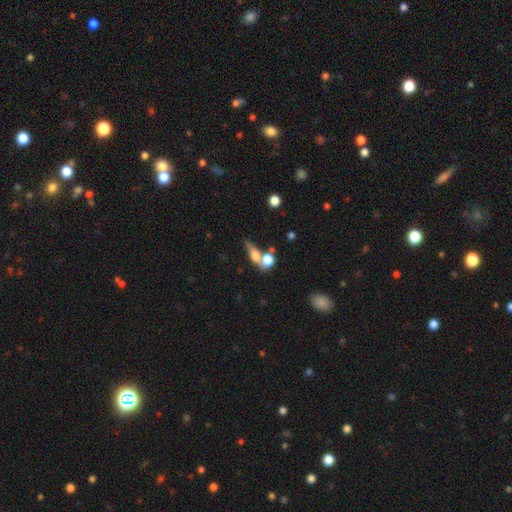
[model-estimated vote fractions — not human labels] Smooth or featured: smooth — 61% (featured or disk — 27%)
How rounded: in between — 42% (round — 34%)
Merging: merger — 44% (none — 32%)